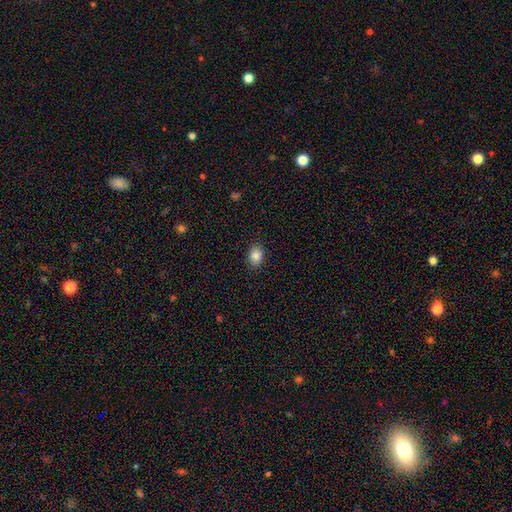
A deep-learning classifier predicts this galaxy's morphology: A smooth galaxy with no disk features (86%) that is in between round and cigar-shaped (72%).

Vote fractions:
- Smooth or featured? smooth: 86% / star or artifact: 9% / featured or disk: 5%
- How rounded? in between: 72% / round: 27% / cigar-shaped: 1%
- Merging? none: 89% / minor disturbance: 8% / major disturbance: 2% / merger: 1%